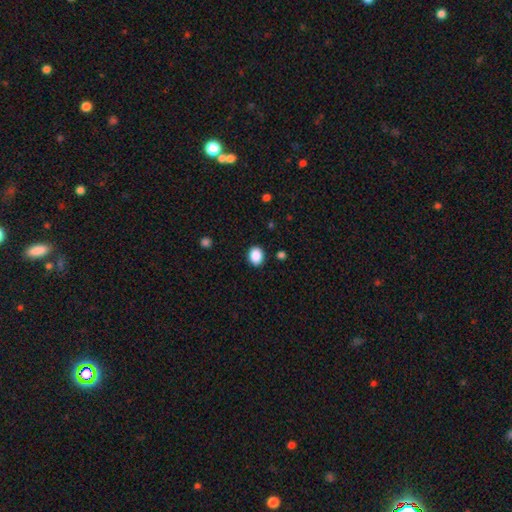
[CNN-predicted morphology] Q: Smooth or featured?
A: smooth (89%); runner-up: star or artifact (9%)
Q: How rounded?
A: round (57%); runner-up: in between (42%)
Q: Merging?
A: none (89%); runner-up: minor disturbance (8%)